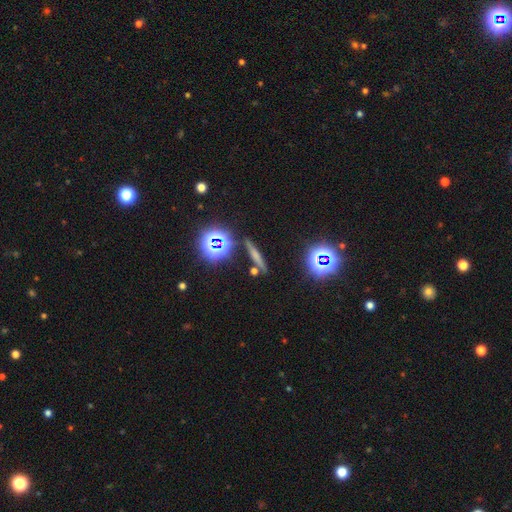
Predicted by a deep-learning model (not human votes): Morphology: type=smooth (49%); merging=none (84%).